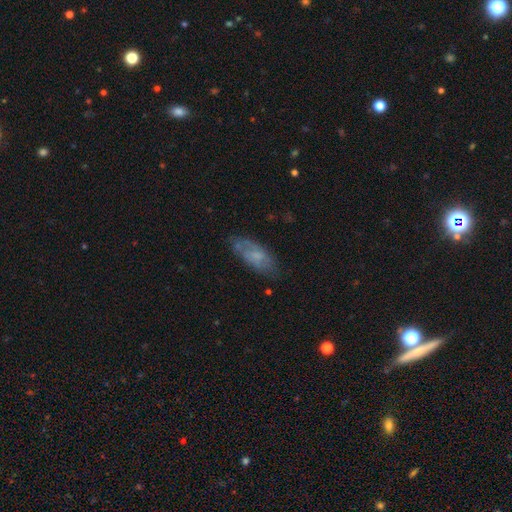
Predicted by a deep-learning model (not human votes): This is possibly a smooth galaxy (53%). How rounded: likely in between (78%). Merging: likely none (63%).